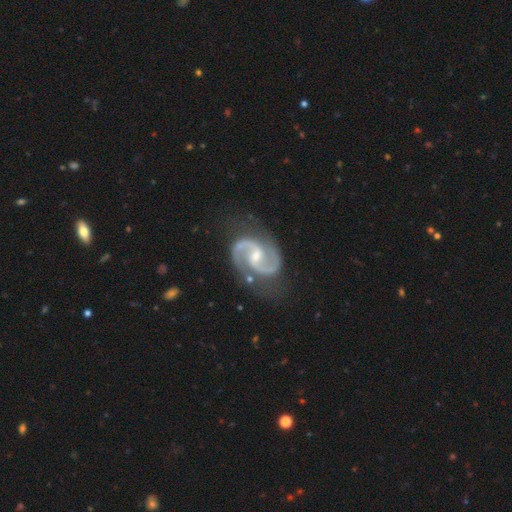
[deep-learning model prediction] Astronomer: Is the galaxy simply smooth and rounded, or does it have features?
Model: featured or disk — 94%.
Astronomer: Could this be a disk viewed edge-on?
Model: no — 98%.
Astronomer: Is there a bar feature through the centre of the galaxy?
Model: weak — 51% (runner-up: no, 30%).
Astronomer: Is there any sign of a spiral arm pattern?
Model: yes — 99%.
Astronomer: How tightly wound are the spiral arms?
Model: medium — 66%.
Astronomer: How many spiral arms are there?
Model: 2 — 95%.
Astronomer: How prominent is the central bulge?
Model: small — 47% (runner-up: moderate, 45%).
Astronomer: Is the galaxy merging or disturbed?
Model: none — 78%.